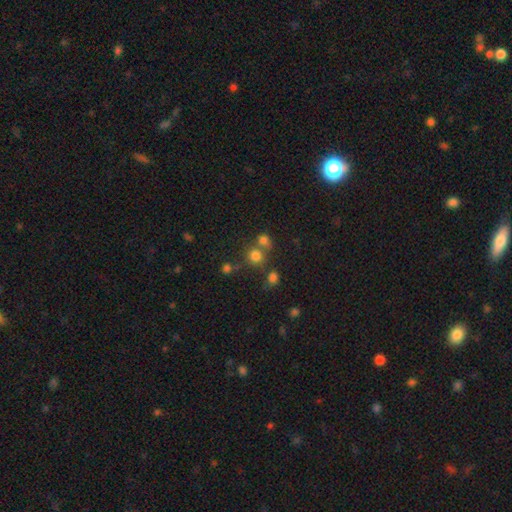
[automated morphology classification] Q: Smooth or featured?
A: smooth (73%); runner-up: star or artifact (18%)
Q: How rounded?
A: round (87%); runner-up: in between (12%)
Q: Merging?
A: none (58%); runner-up: merger (29%)